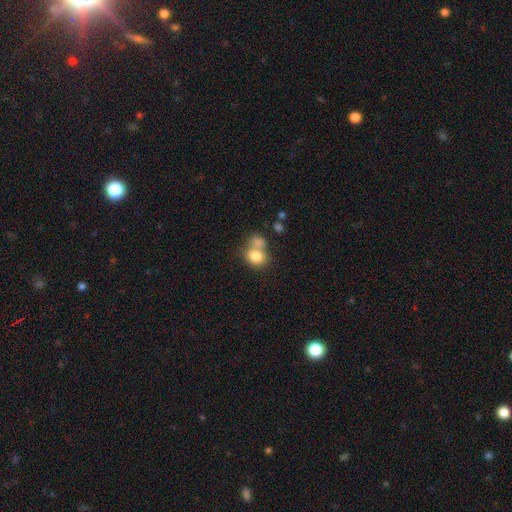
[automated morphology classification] smooth_or_featured: smooth (p=0.80) [alt: featured or disk p=0.10]
how_rounded: round (p=0.56) [alt: in between p=0.43]
merging: merger (p=0.49) [alt: none p=0.36]